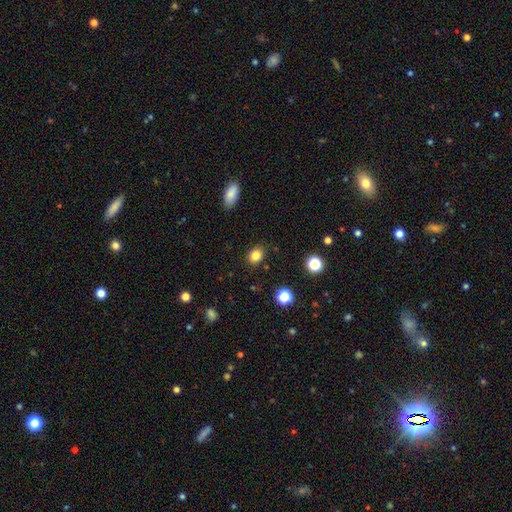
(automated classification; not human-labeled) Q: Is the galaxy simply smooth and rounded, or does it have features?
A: smooth — 83%.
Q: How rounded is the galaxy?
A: in between — 53%.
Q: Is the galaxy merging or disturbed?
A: none — 87%.